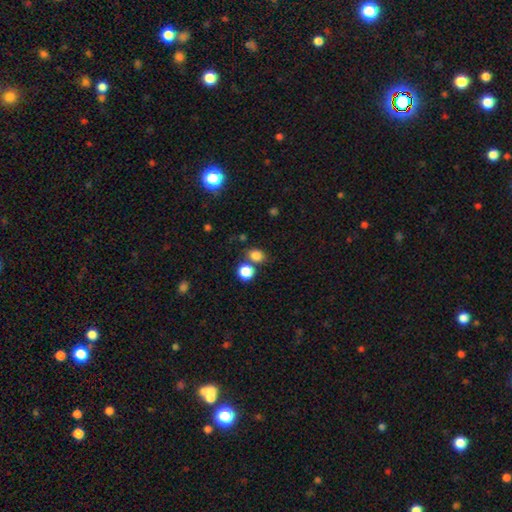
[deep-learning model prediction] Smooth or featured? smooth (81%)
How rounded? round (58%)
Merging? none (66%)